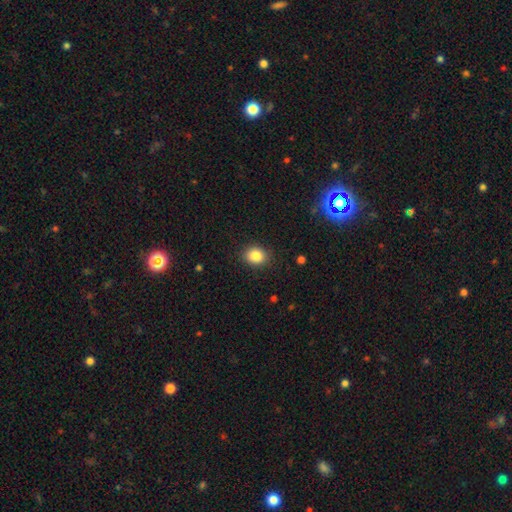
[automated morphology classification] smooth_or_featured: smooth (p=0.85) [alt: star or artifact p=0.10]
how_rounded: round (p=0.55) [alt: in between p=0.44]
merging: none (p=0.88) [alt: minor disturbance p=0.09]